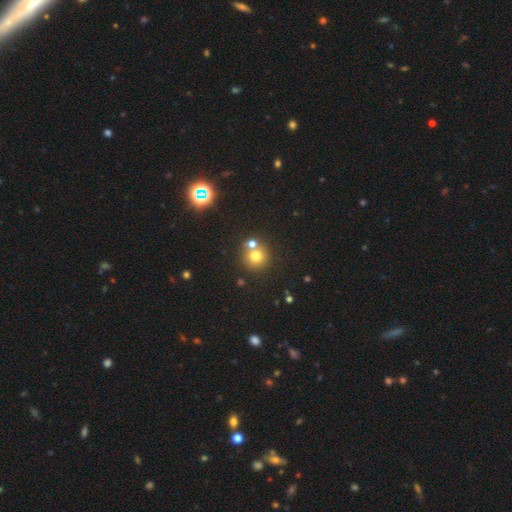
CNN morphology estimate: Smooth or featured?
  - smooth: 73% *
  - star or artifact: 16%
  - featured or disk: 11%
How rounded?
  - round: 91% *
  - in between: 8%
  - cigar-shaped: 1%
Merging?
  - none: 60% *
  - merger: 30%
  - minor disturbance: 7%
  - major disturbance: 3%